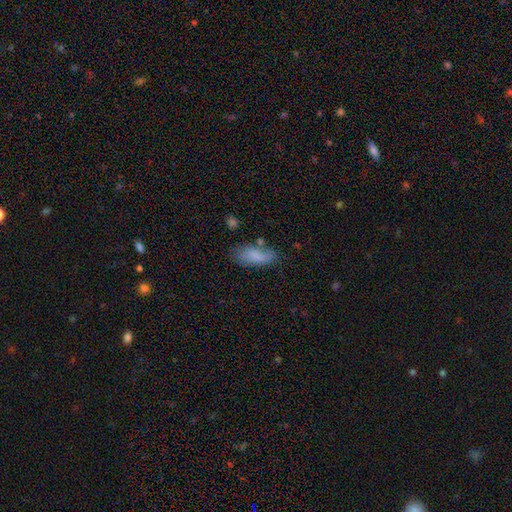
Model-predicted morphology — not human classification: type=smooth (80%); roundness=in between (80%); merging=none (61%).